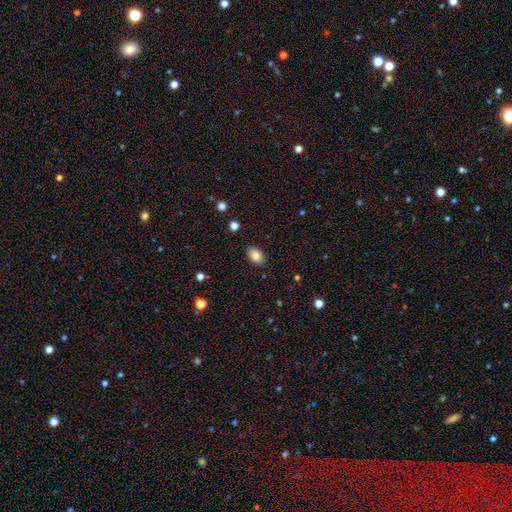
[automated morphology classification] Smooth or featured: smooth — 83% (star or artifact — 9%)
How rounded: in between — 88% (round — 10%)
Merging: none — 87% (minor disturbance — 10%)